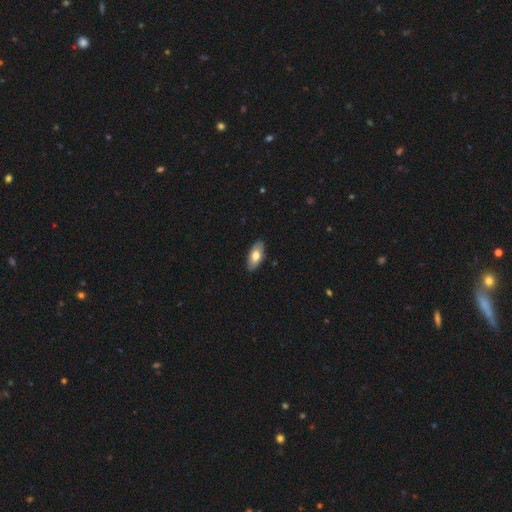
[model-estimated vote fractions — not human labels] smooth-or-featured: smooth: 70% | featured or disk: 24% | star or artifact: 6%
  how-rounded: in between: 91% | cigar-shaped: 6% | round: 3%
  merging: none: 87% | minor disturbance: 10% | major disturbance: 2% | merger: 1%